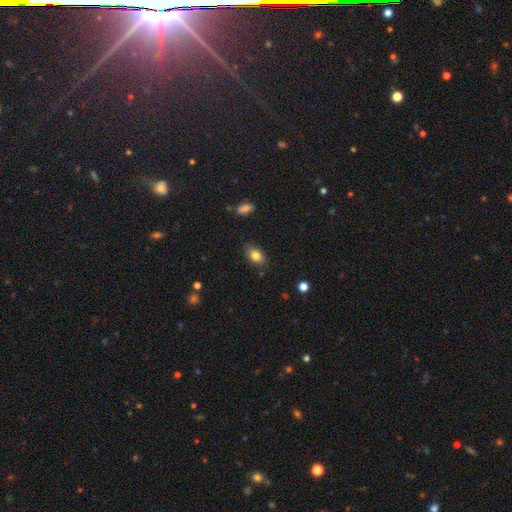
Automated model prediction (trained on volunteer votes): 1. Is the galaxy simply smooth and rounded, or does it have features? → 81% smooth, 10% featured or disk, 9% star or artifact.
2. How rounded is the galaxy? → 86% in between, 11% round, 3% cigar-shaped.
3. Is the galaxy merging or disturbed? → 82% none, 14% minor disturbance, 3% major disturbance, 2% merger.